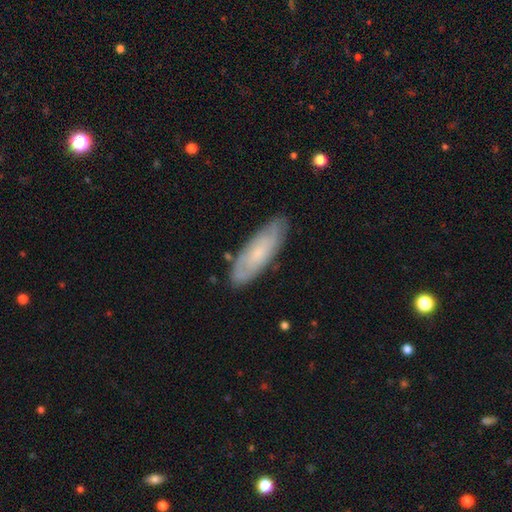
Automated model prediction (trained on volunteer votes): This appears to be a smooth galaxy with no disk features (49%). Merging: none (83%).